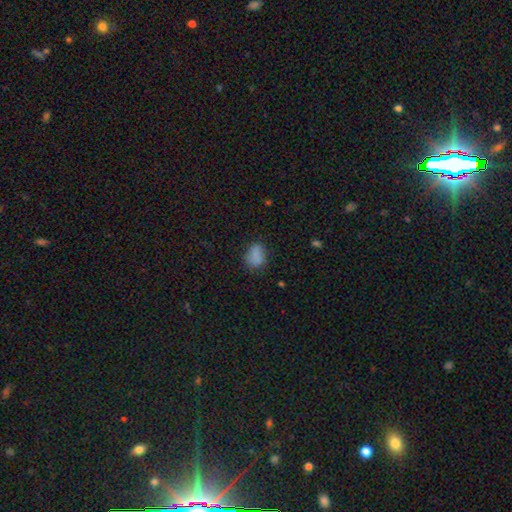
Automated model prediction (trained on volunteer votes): Smooth or featured?
  - smooth: 82% *
  - star or artifact: 11%
  - featured or disk: 7%
How rounded?
  - in between: 71% *
  - round: 27%
  - cigar-shaped: 2%
Merging?
  - none: 70% *
  - minor disturbance: 22%
  - major disturbance: 7%
  - merger: 2%